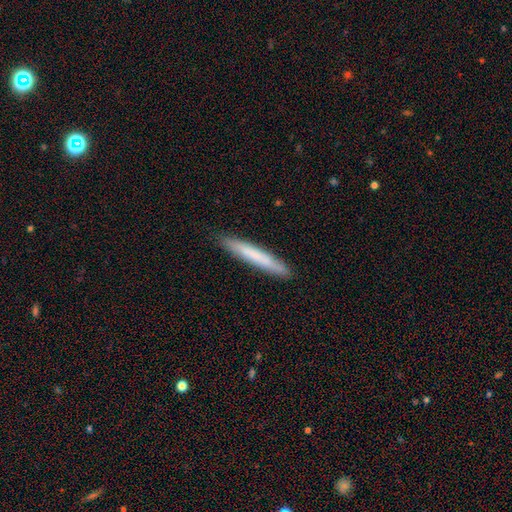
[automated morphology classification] Smooth or featured? smooth (69%)
How rounded? cigar-shaped (96%)
Merging? none (89%)